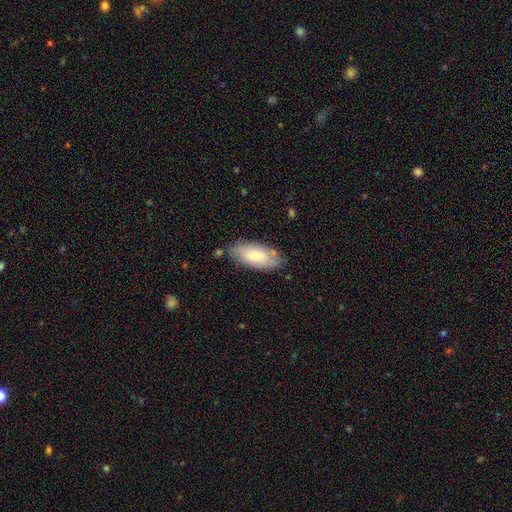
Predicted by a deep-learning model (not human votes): This is likely a smooth galaxy (68%). How rounded: clearly in between (90%). Merging: likely none (74%).